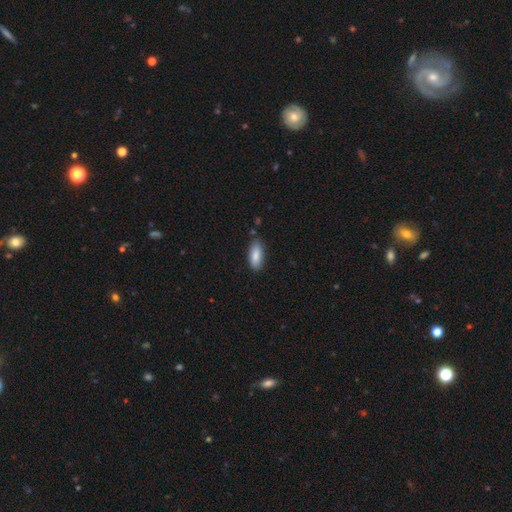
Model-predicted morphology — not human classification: The model was most divided on "how rounded": in between: 81%, cigar-shaped: 18%, round: 2%. More confident: smooth or featured — smooth (86%); merging — none (81%).